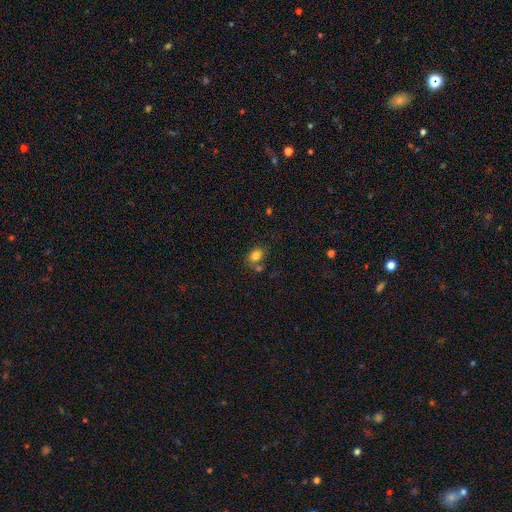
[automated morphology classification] Smooth or featured: smooth — 82% (star or artifact — 11%)
How rounded: in between — 57% (round — 42%)
Merging: none — 61% (merger — 18%)